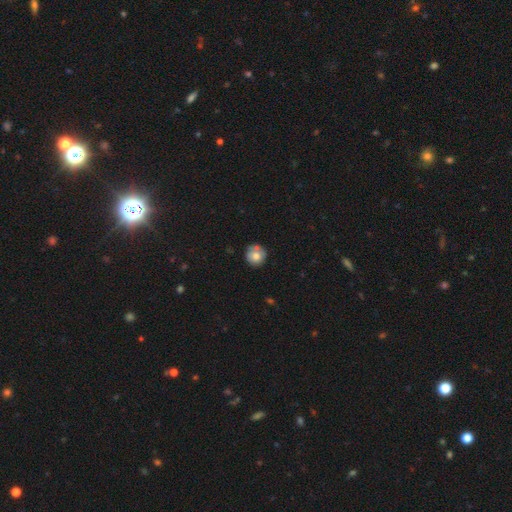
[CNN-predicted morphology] Smooth or featured? smooth (72%)
How rounded? round (91%)
Merging? none (70%)